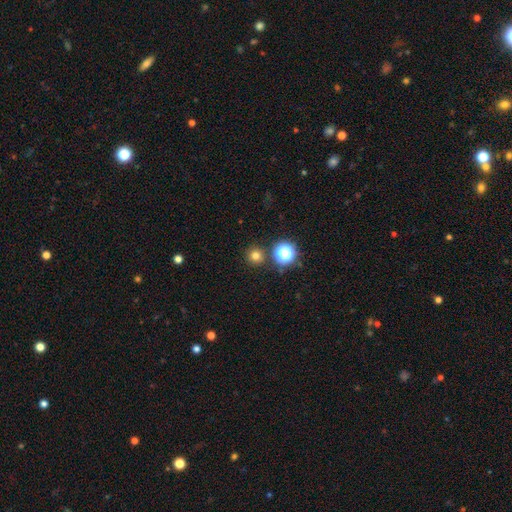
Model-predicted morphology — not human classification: A smooth galaxy with no disk features (74%) that is round (95%). Merging: none (87%).